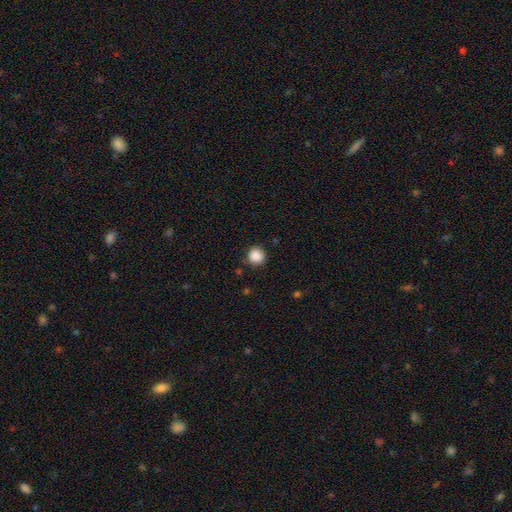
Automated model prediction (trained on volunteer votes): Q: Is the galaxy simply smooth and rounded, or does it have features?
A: smooth — 88%.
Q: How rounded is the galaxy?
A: round — 93%.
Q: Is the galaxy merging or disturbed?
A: none — 86%.